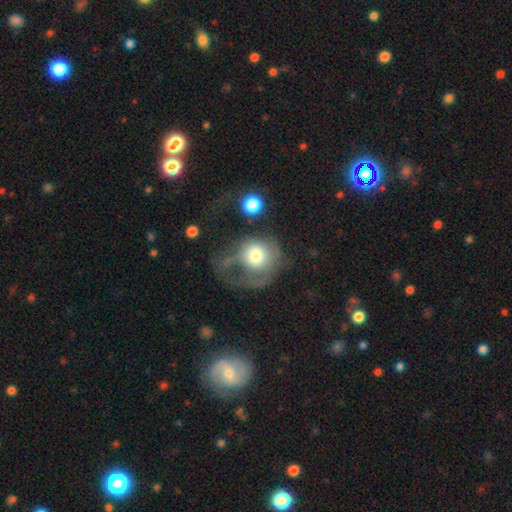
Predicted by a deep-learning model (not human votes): This is possibly a smooth galaxy (59%). How rounded: likely round (74%). Merging: possibly major disturbance (58%).